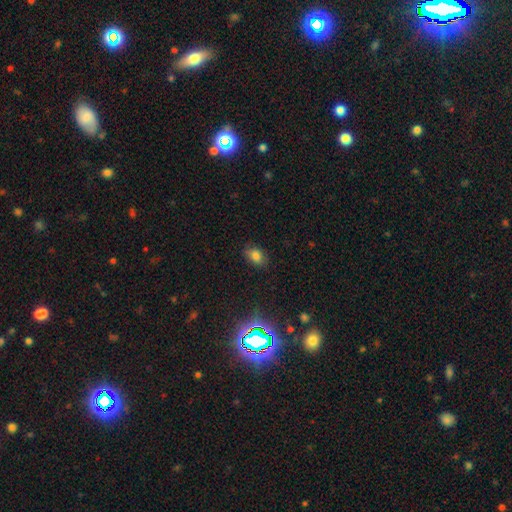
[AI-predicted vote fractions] This appears to be a smooth galaxy with no disk features (78%) that is in between round and cigar-shaped (78%). Merging: none (81%).